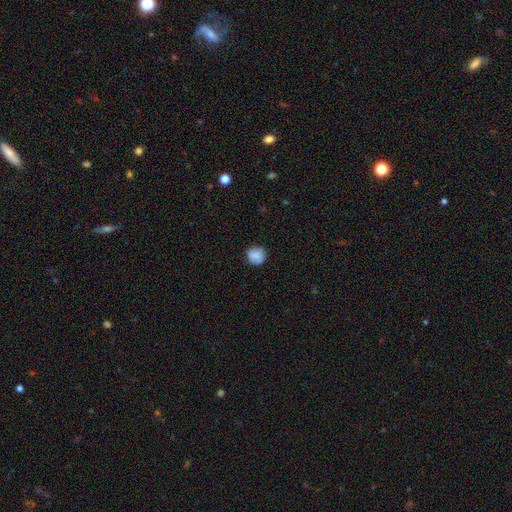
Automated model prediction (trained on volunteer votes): Q: Smooth or featured?
A: smooth (84%); runner-up: star or artifact (8%)
Q: How rounded?
A: round (91%); runner-up: in between (8%)
Q: Merging?
A: none (83%); runner-up: minor disturbance (13%)